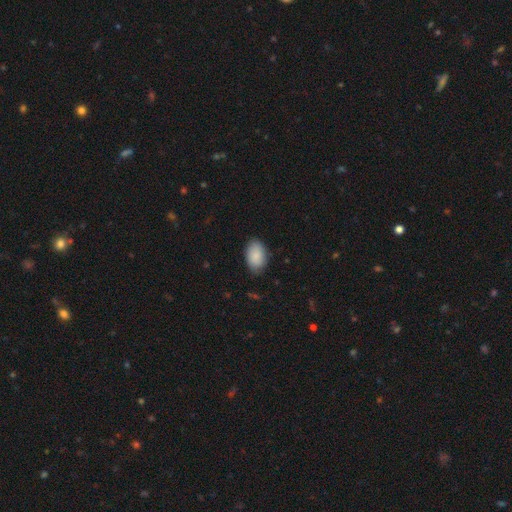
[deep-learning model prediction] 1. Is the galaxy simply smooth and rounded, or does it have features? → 89% smooth, 6% star or artifact, 5% featured or disk.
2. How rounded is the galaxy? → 91% in between, 7% round, 1% cigar-shaped.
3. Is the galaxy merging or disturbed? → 83% none, 13% minor disturbance, 3% major disturbance, 1% merger.